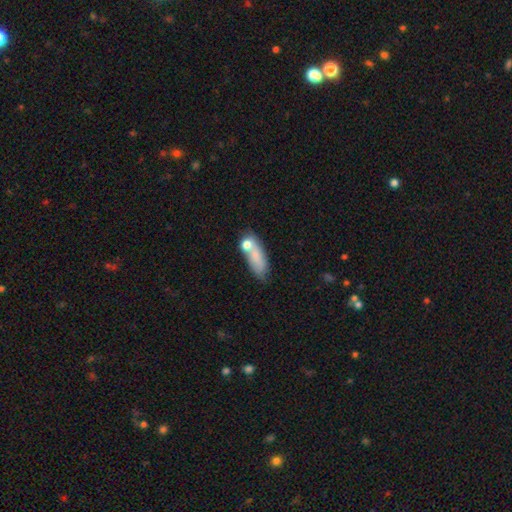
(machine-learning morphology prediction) Smooth or featured?
  - smooth: 72% *
  - featured or disk: 19%
  - star or artifact: 9%
How rounded?
  - in between: 67% *
  - cigar-shaped: 27%
  - round: 6%
Merging?
  - none: 41% *
  - merger: 26%
  - minor disturbance: 22%
  - major disturbance: 11%